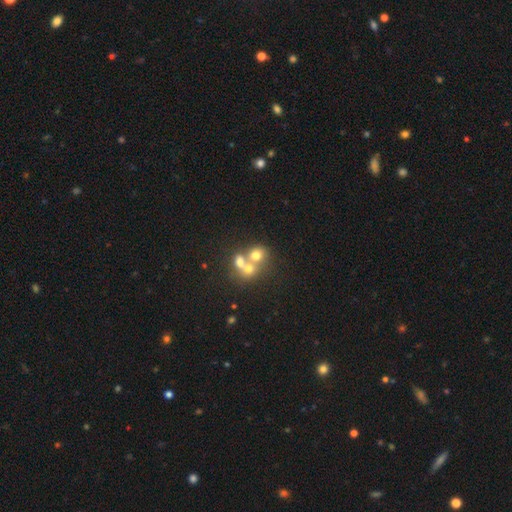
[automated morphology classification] A smooth galaxy with no disk features (62%) that is round (74%). Merging: merger (59%).